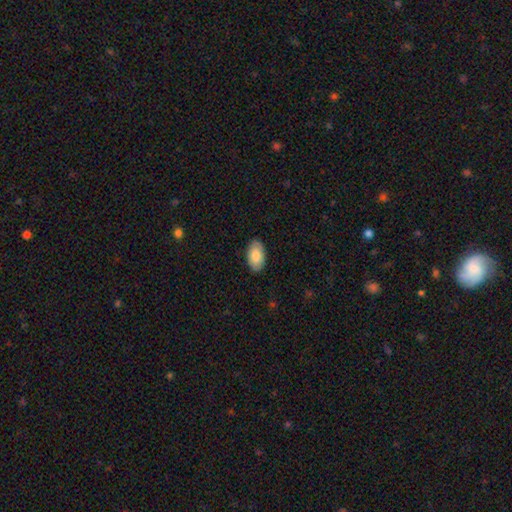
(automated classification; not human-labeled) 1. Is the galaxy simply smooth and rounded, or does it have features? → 82% smooth, 12% featured or disk, 6% star or artifact.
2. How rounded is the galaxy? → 95% in between, 4% round, 1% cigar-shaped.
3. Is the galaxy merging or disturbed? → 88% none, 9% minor disturbance, 2% major disturbance, 1% merger.